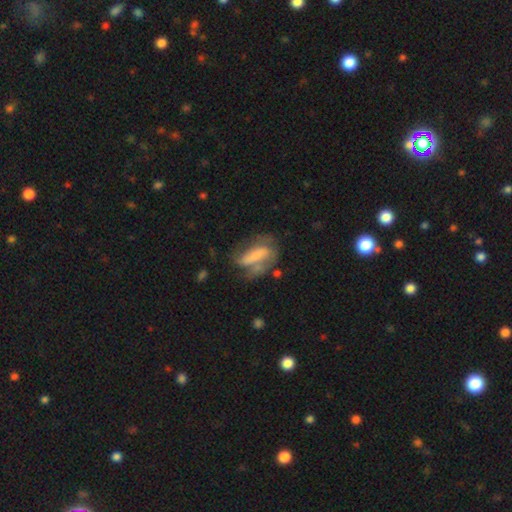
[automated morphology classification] Q: Smooth or featured?
A: featured or disk (51%); runner-up: smooth (41%)
Q: Edge-on disk?
A: no (90%); runner-up: yes (10%)
Q: Merging?
A: none (37%); runner-up: major disturbance (30%)